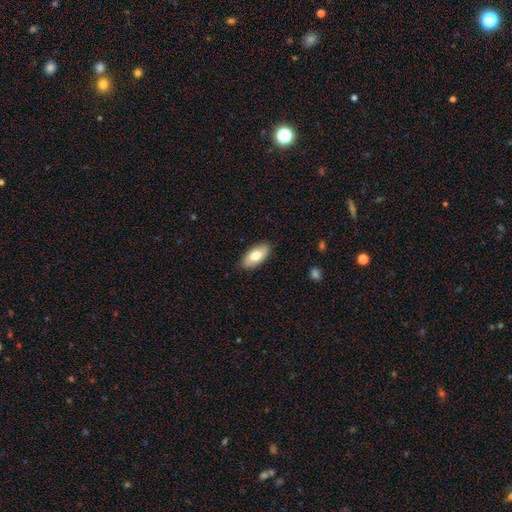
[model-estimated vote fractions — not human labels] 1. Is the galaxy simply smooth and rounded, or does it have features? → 76% smooth, 18% featured or disk, 6% star or artifact.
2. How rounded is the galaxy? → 92% in between, 6% cigar-shaped, 2% round.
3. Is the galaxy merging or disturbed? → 87% none, 10% minor disturbance, 2% major disturbance, 1% merger.